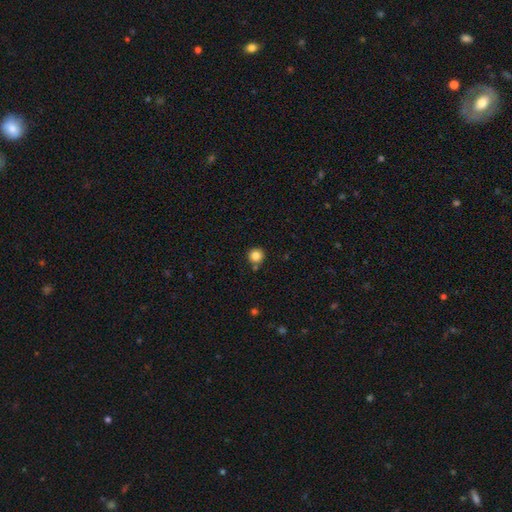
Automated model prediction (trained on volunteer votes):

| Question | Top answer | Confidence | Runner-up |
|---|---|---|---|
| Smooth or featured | smooth | 83% | star or artifact (11%) |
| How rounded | round | 95% | in between (4%) |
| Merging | none | 84% | minor disturbance (7%) |